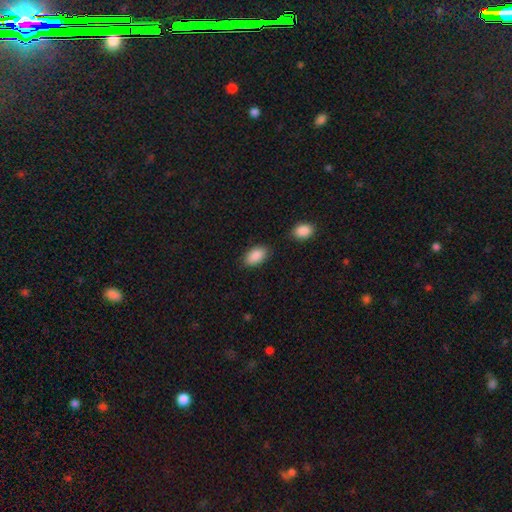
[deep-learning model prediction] This appears to be a smooth galaxy with no disk features (89%) that is in between round and cigar-shaped (93%). Merging: none (79%).